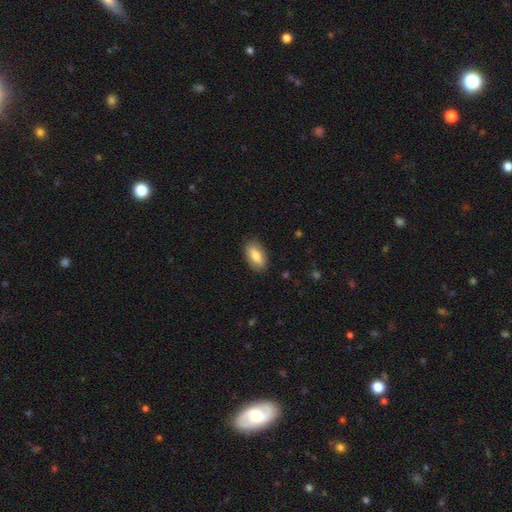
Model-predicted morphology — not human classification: Smooth or featured?
  - smooth: 75% *
  - featured or disk: 18%
  - star or artifact: 6%
How rounded?
  - in between: 88% *
  - cigar-shaped: 8%
  - round: 4%
Merging?
  - none: 86% *
  - minor disturbance: 11%
  - major disturbance: 3%
  - merger: 1%